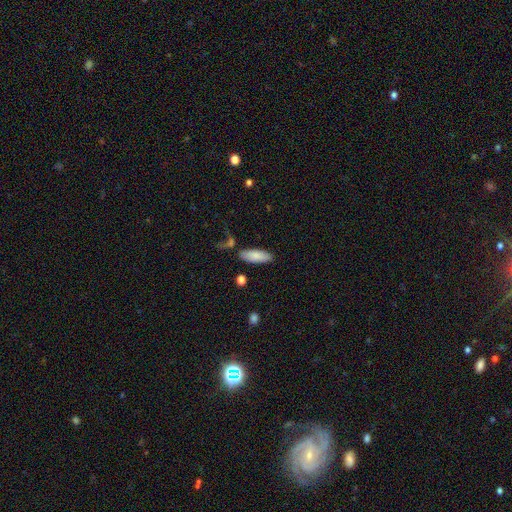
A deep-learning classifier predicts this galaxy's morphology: Smooth or featured?
  - smooth: 82% *
  - featured or disk: 11%
  - star or artifact: 6%
How rounded?
  - in between: 69% *
  - cigar-shaped: 29%
  - round: 2%
Merging?
  - none: 78% *
  - minor disturbance: 13%
  - merger: 6%
  - major disturbance: 4%